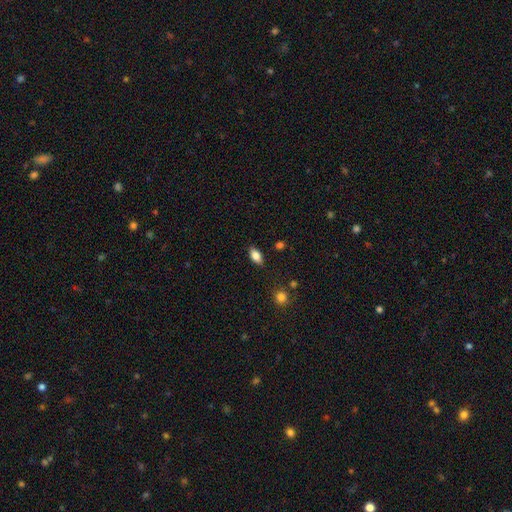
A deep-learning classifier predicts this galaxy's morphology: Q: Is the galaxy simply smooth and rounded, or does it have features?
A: smooth — 80%.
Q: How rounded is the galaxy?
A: in between — 89%.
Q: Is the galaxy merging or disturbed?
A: none — 85%.